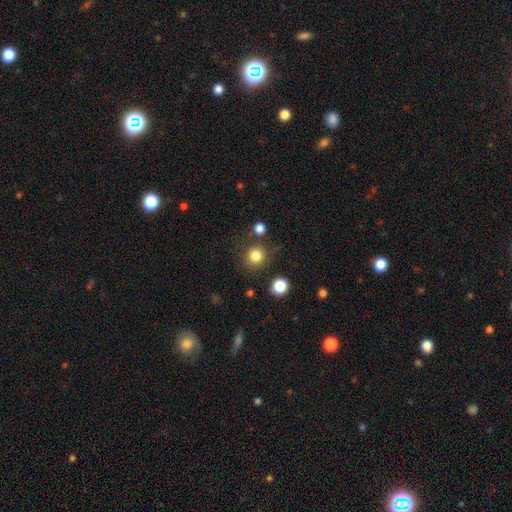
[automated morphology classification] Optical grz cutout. It shows a smooth galaxy with no disk features (83%) that is round (91%). Merging: none (78%).